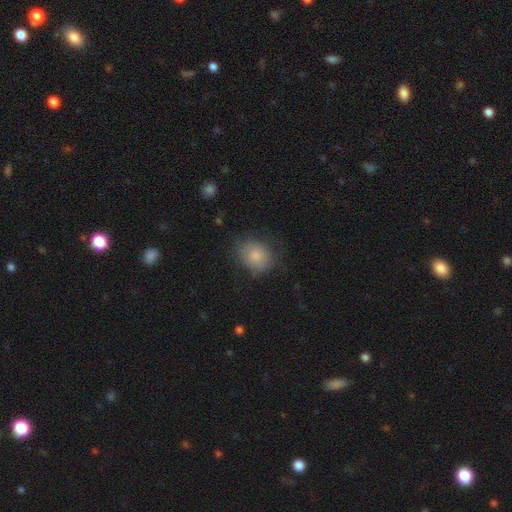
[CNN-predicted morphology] smooth 81%, featured or disk 11%, star or artifact 8%. Down the decision tree: how rounded — round (59%); merging — none (67%).